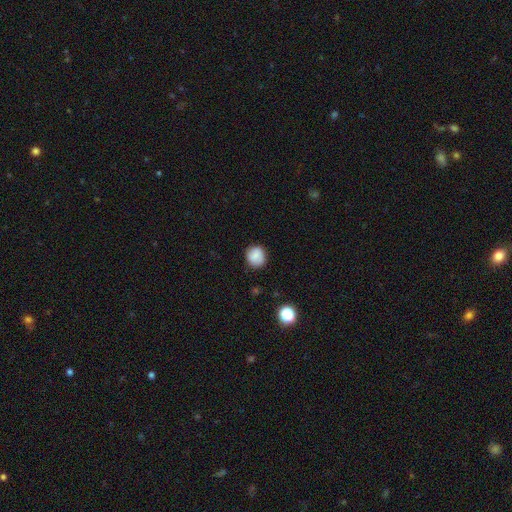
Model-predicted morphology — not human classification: smooth-or-featured: smooth: 83% | star or artifact: 9% | featured or disk: 8%
  how-rounded: round: 83% | in between: 16% | cigar-shaped: 1%
  merging: none: 83% | minor disturbance: 13% | major disturbance: 3% | merger: 2%